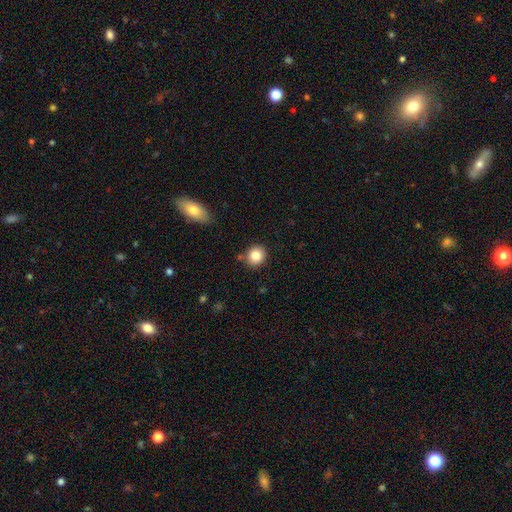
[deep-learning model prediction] Morphology: type=smooth (82%); roundness=round (88%); merging=none (85%).